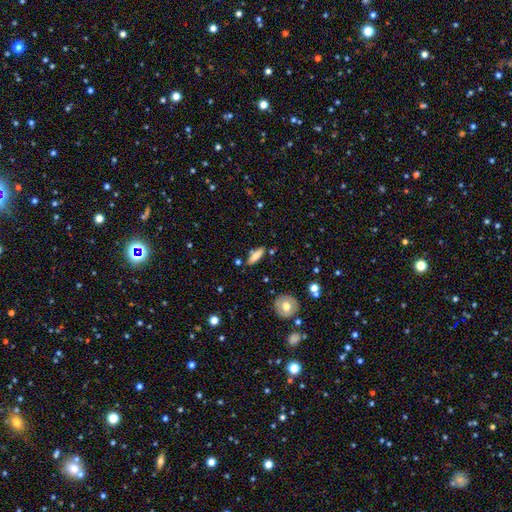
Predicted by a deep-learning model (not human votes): smooth_or_featured: smooth (p=0.75) [alt: featured or disk p=0.18]
how_rounded: cigar-shaped (p=0.58) [alt: in between p=0.39]
merging: none (p=0.82) [alt: minor disturbance p=0.12]